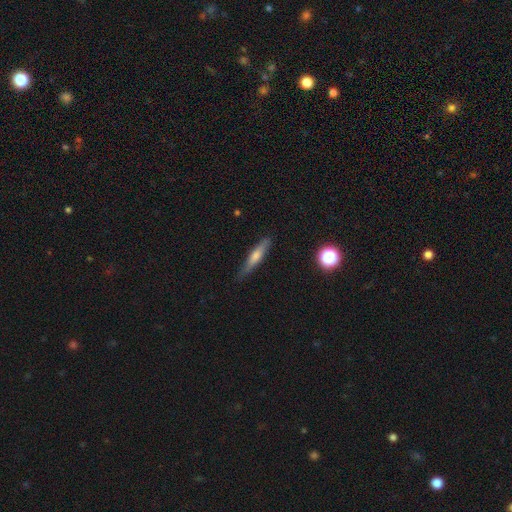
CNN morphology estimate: Smooth or featured? Predicted: smooth (p=0.49). Merging? Predicted: none (p=0.83).